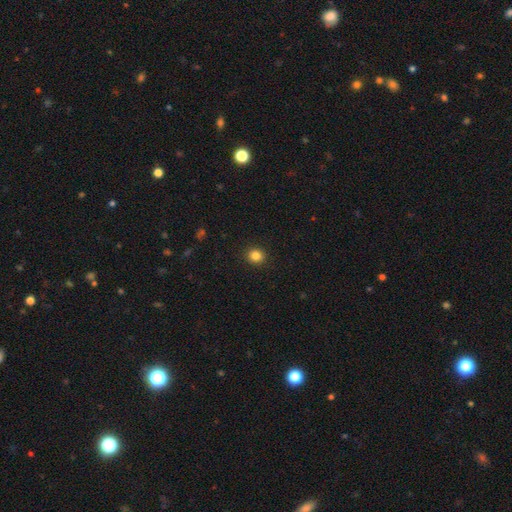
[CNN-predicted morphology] smooth 85%, star or artifact 11%, featured or disk 4%. Down the decision tree: how rounded — round (85%); merging — none (92%).